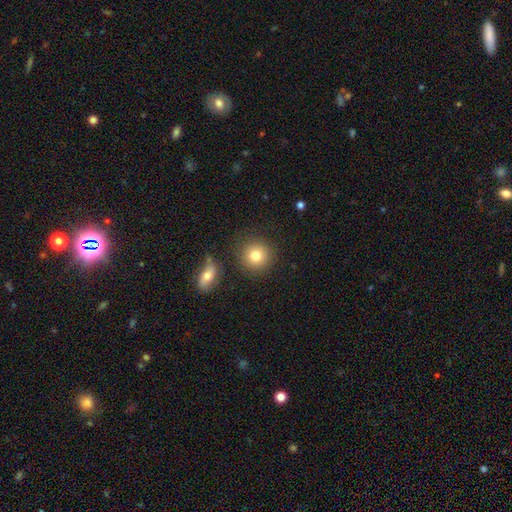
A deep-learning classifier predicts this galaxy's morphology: Overall: smooth (80%). How rounded: round (92%). Merging: none (85%).